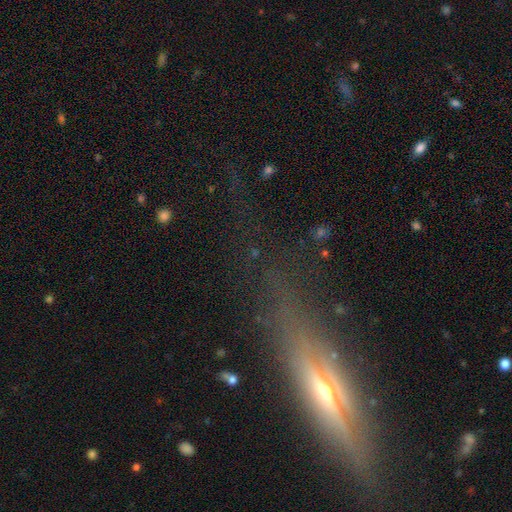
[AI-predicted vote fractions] A featured or disk galaxy (53%) viewed edge-on (76%).

Vote fractions:
- Smooth or featured? featured or disk: 53% / smooth: 26% / star or artifact: 21%
- Edge-on disk? yes: 76% / no: 24%
- Merging? none: 60% / major disturbance: 19% / minor disturbance: 17% / merger: 4%